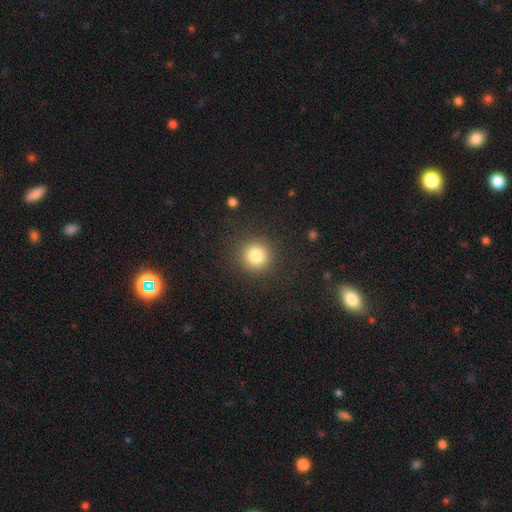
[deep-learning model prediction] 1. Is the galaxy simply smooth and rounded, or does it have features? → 82% smooth, 11% star or artifact, 7% featured or disk.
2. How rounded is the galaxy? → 93% round, 6% in between, 1% cigar-shaped.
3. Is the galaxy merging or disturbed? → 89% none, 7% minor disturbance, 3% major disturbance, 1% merger.